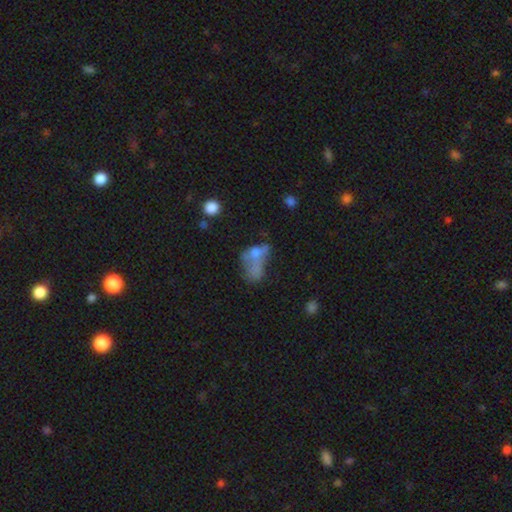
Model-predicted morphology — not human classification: The model was most divided on "merging": merger: 37%, major disturbance: 31%, none: 18%, minor disturbance: 13%. More confident: how rounded — in between (79%); smooth or featured — smooth (53%).